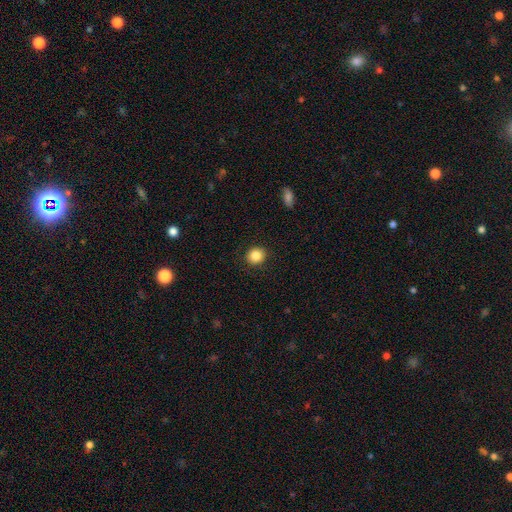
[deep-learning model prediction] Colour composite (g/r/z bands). It shows a smooth galaxy with no disk features (85%) that is round (86%). Merging: none (90%).